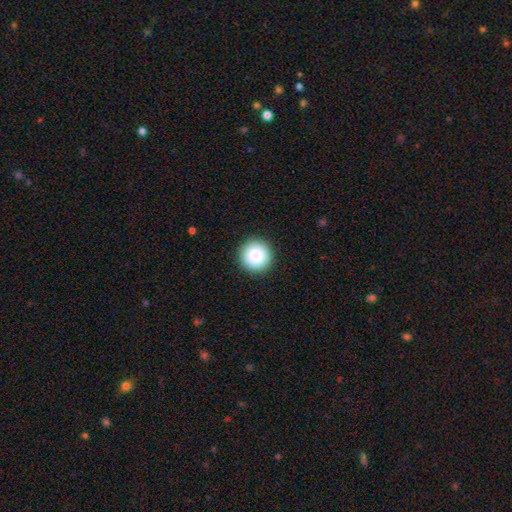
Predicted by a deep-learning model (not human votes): smooth-or-featured: smooth: 85% | star or artifact: 9% | featured or disk: 6%
  how-rounded: round: 96% | in between: 4% | cigar-shaped: 1%
  merging: none: 93% | minor disturbance: 5% | major disturbance: 2% | merger: 1%